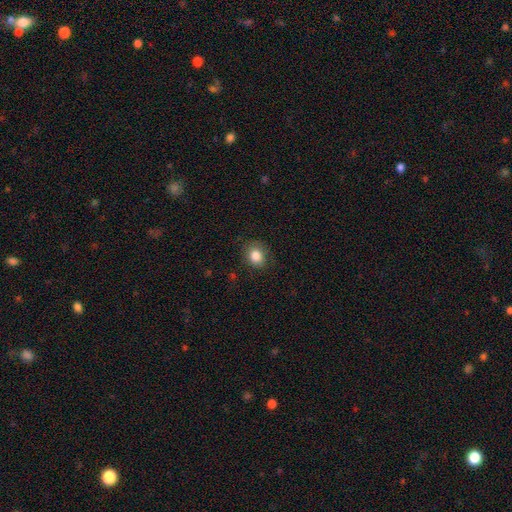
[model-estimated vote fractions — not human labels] A smooth galaxy with no disk features (84%) that is round (62%).

Vote fractions:
- Smooth or featured? smooth: 84% / star or artifact: 9% / featured or disk: 6%
- How rounded? round: 62% / in between: 37% / cigar-shaped: 1%
- Merging? none: 81% / minor disturbance: 14% / major disturbance: 4% / merger: 1%